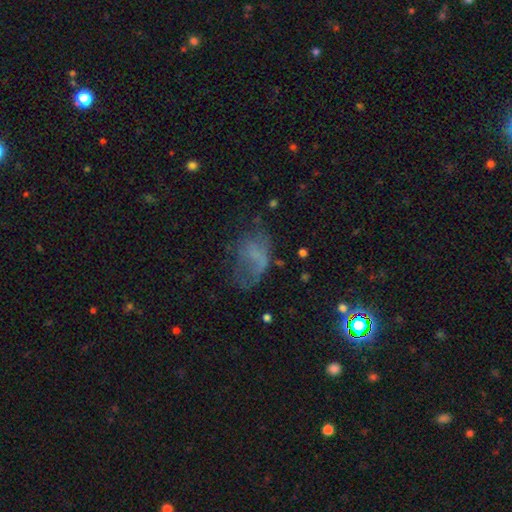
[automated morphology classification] This appears to be a smooth galaxy with no disk features (41%). Merging: major disturbance (39%).